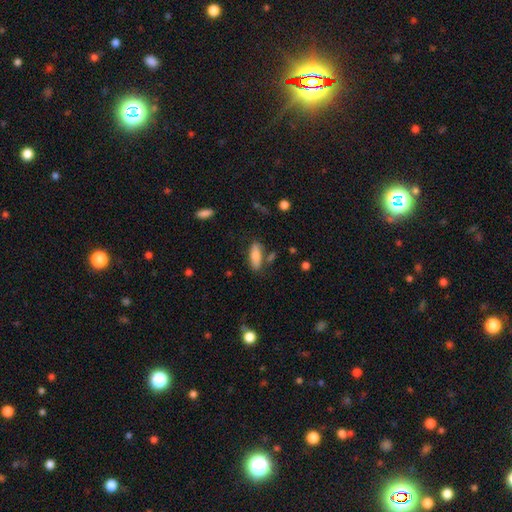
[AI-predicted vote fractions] This is likely a smooth galaxy (79%). How rounded: likely in between (67%). Merging: likely none (74%).